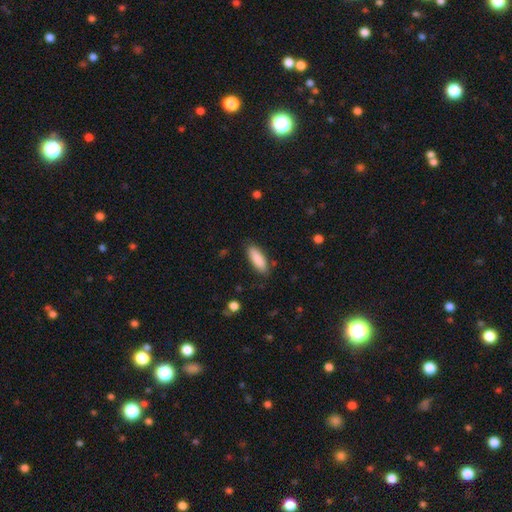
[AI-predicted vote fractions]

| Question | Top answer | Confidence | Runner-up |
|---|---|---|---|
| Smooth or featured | smooth | 87% | star or artifact (7%) |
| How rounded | in between | 58% | cigar-shaped (40%) |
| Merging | none | 86% | minor disturbance (10%) |